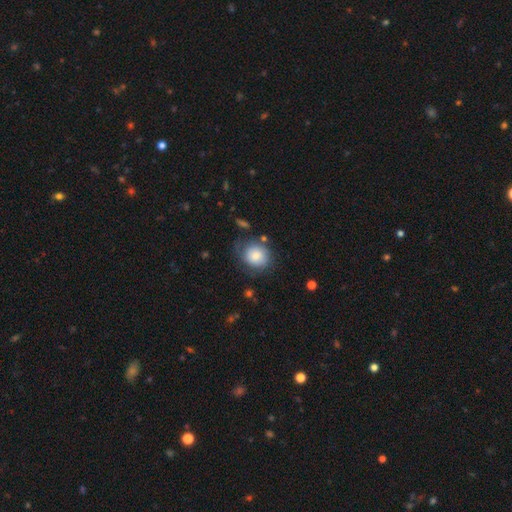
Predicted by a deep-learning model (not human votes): Overall: smooth (74%). How rounded: round (75%). Merging: none (60%; minor disturbance 24%).